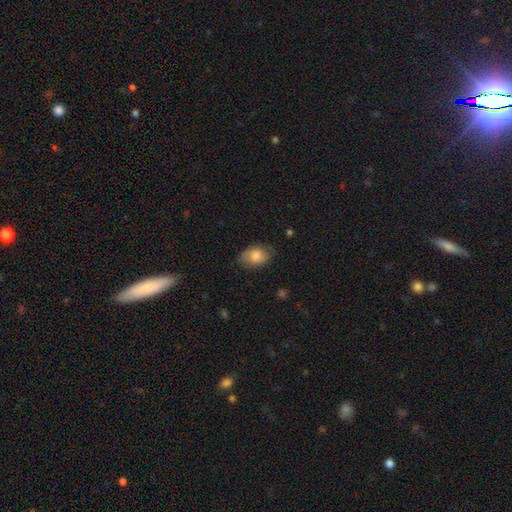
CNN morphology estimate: smooth-or-featured: smooth: 79% | featured or disk: 14% | star or artifact: 7%
  how-rounded: in between: 82% | round: 17% | cigar-shaped: 1%
  merging: none: 70% | minor disturbance: 23% | major disturbance: 6% | merger: 1%